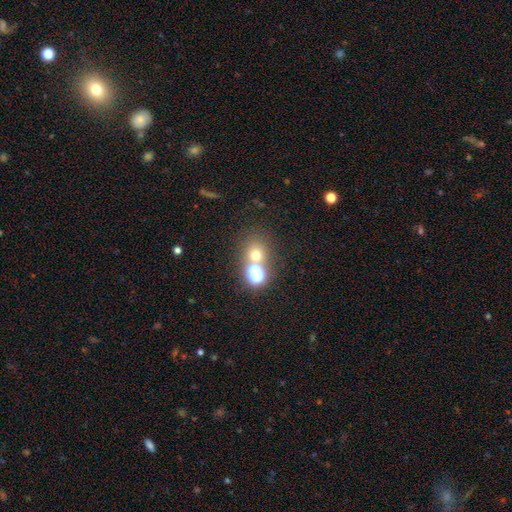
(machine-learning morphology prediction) Smooth or featured? Predicted: smooth (p=0.62). How rounded? Predicted: round (p=0.80). Merging? Predicted: none (p=0.60).